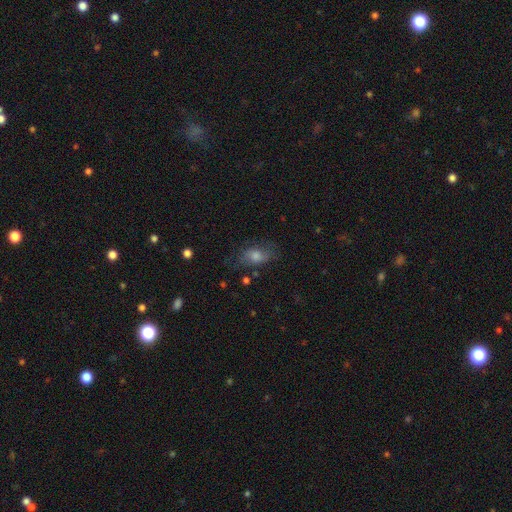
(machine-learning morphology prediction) This is possibly a smooth galaxy (58%). How rounded: likely in between (79%). Merging: likely none (65%).